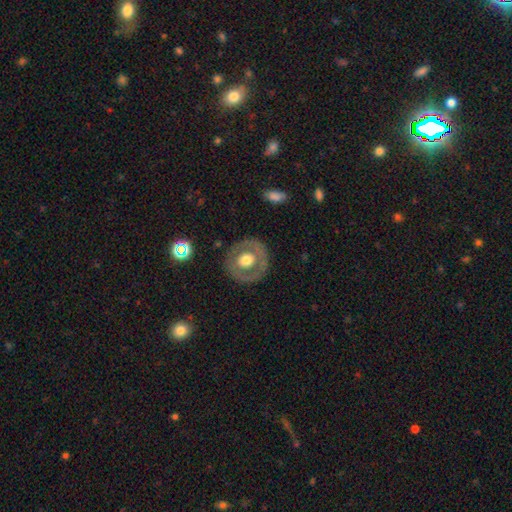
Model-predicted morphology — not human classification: Smooth or featured? featured or disk (54%)
Edge-on disk? no (94%)
Bar? no (83%)
Spiral arms? no (76%)
Bulge size? moderate (70%)
Merging? none (84%)